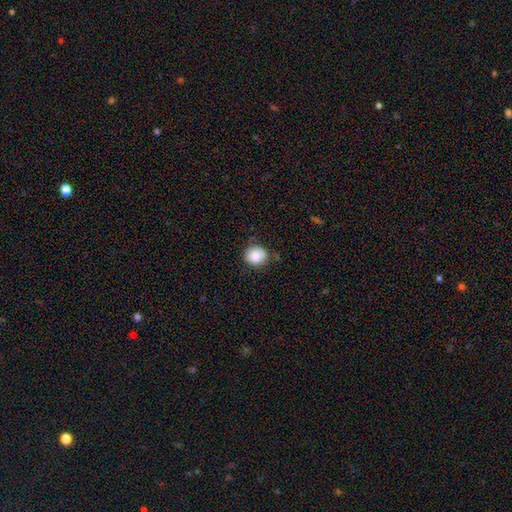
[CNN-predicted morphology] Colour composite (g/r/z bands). It shows a smooth galaxy with no disk features (86%) that is round (80%). Merging: none (73%).